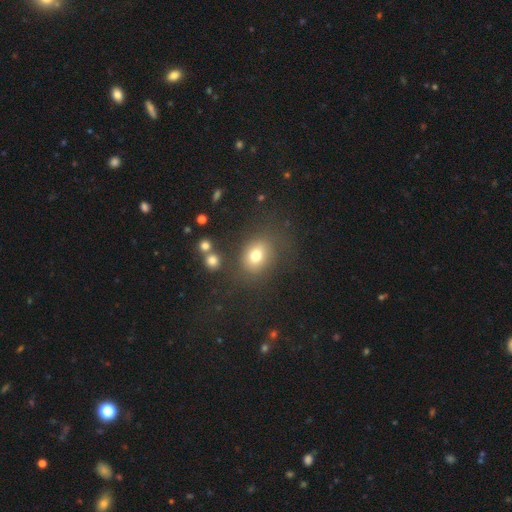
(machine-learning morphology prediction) Smooth or featured: smooth — 75% (star or artifact — 13%)
How rounded: round — 50% (in between — 48%)
Merging: none — 71% (minor disturbance — 15%)